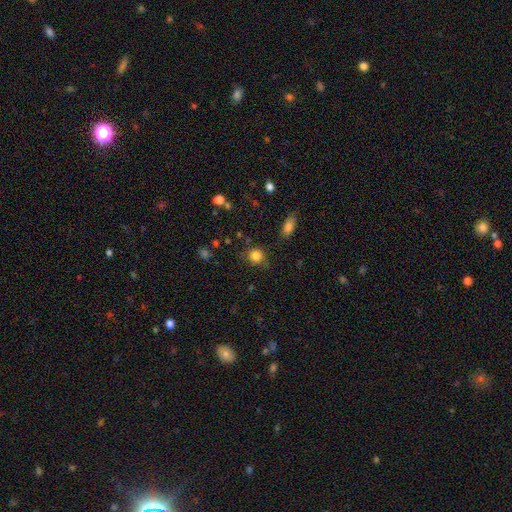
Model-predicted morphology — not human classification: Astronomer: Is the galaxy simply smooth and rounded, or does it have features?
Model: smooth — 84%.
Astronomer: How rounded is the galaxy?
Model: round — 87%.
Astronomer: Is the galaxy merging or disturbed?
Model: none — 80%.